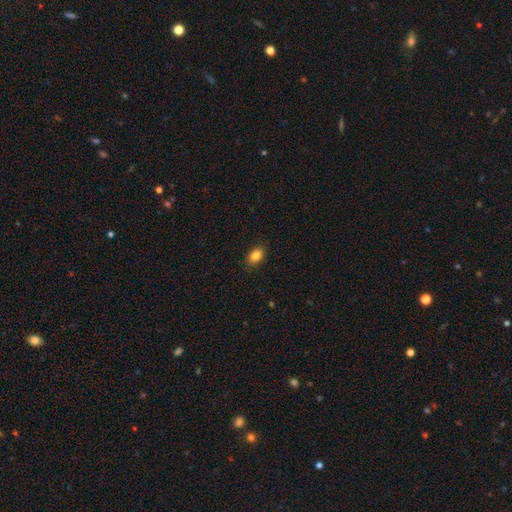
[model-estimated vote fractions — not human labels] smooth_or_featured: smooth (p=0.86) [alt: star or artifact p=0.09]
how_rounded: in between (p=0.83) [alt: round p=0.15]
merging: none (p=0.88) [alt: minor disturbance p=0.09]